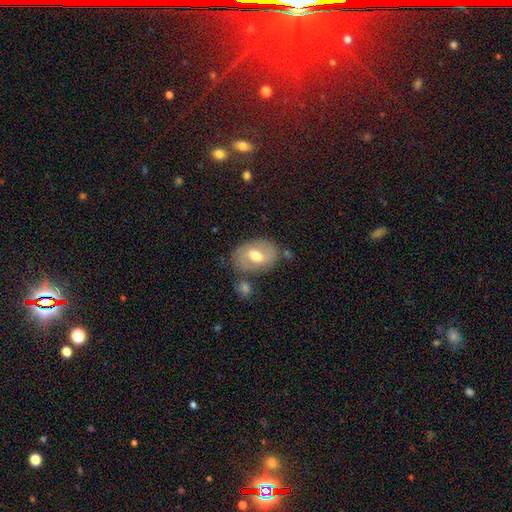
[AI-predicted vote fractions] smooth_or_featured: featured or disk (p=0.49) [alt: smooth p=0.45]
merging: none (p=0.68) [alt: minor disturbance p=0.18]